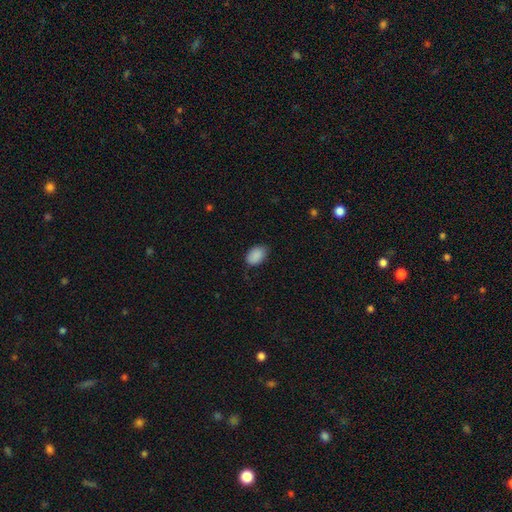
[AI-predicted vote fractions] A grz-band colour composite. It shows a smooth galaxy with no disk features (90%) that is in between round and cigar-shaped (87%). Merging: none (77%).